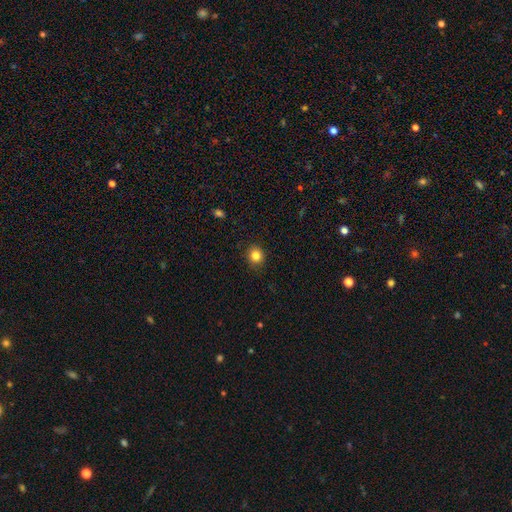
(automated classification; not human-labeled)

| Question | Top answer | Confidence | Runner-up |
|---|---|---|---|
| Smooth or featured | smooth | 83% | star or artifact (12%) |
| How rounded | round | 83% | in between (16%) |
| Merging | none | 90% | minor disturbance (7%) |